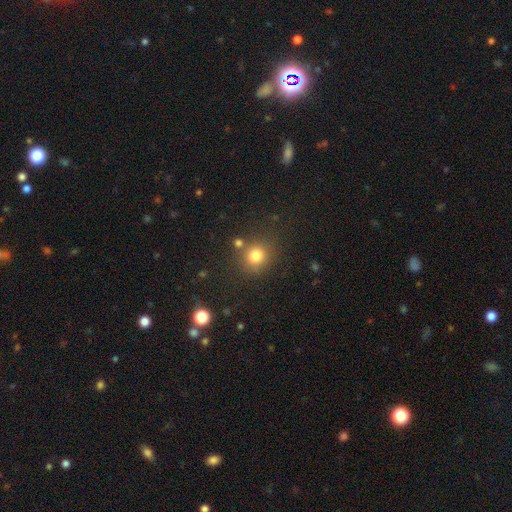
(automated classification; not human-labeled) Smooth or featured: smooth — 80% (star or artifact — 14%)
How rounded: round — 85% (in between — 14%)
Merging: none — 76% (minor disturbance — 11%)